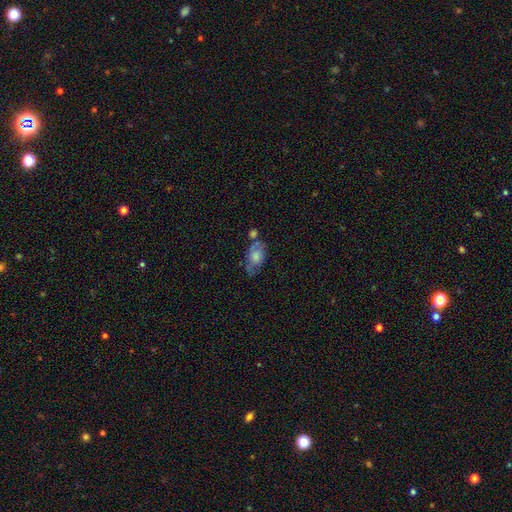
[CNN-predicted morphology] The model was most divided on "merging": none: 43%, minor disturbance: 27%, merger: 18%, major disturbance: 13%. More confident: how rounded — in between (87%); smooth or featured — smooth (61%).